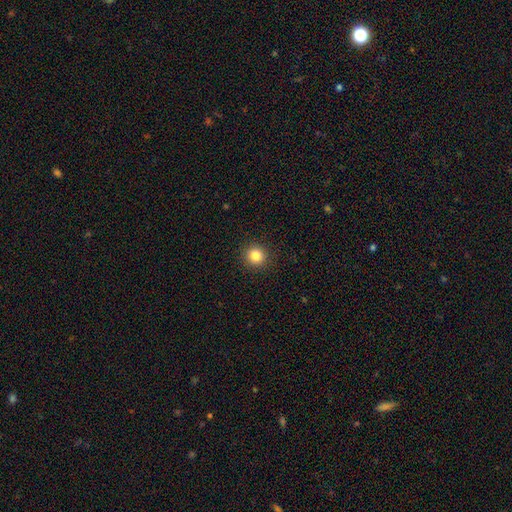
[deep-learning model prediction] smooth 84%, star or artifact 11%, featured or disk 5%. Down the decision tree: how rounded — round (92%); merging — none (92%).